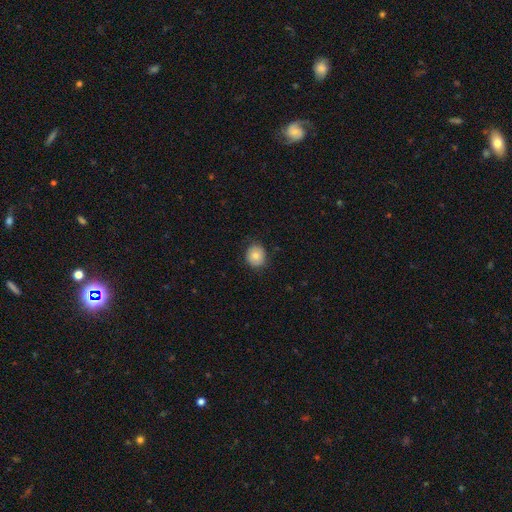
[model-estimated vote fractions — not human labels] Overall: smooth (80%). How rounded: round (79%). Merging: none (81%).